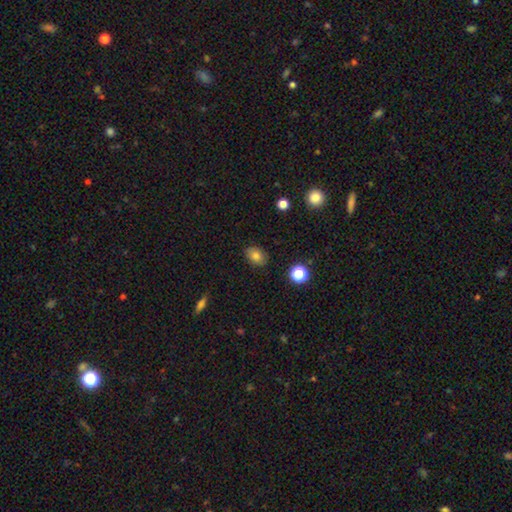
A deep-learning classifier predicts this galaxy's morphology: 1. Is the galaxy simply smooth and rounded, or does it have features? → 77% smooth, 12% star or artifact, 11% featured or disk.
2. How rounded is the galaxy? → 68% in between, 31% round, 1% cigar-shaped.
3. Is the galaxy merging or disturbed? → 83% none, 13% minor disturbance, 3% major disturbance, 1% merger.